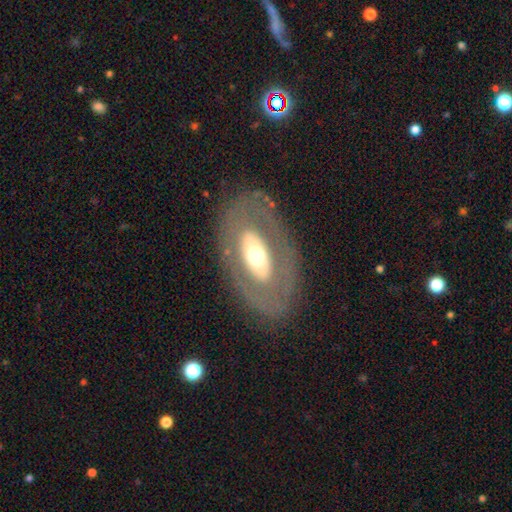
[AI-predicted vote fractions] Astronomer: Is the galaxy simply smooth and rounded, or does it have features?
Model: featured or disk — 60%.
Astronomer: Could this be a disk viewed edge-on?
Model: no — 88%.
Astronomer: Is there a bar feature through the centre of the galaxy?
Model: no — 74%.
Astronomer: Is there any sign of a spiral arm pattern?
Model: no — 85%.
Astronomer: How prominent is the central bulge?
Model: moderate — 58%.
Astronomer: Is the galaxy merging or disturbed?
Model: none — 79%.